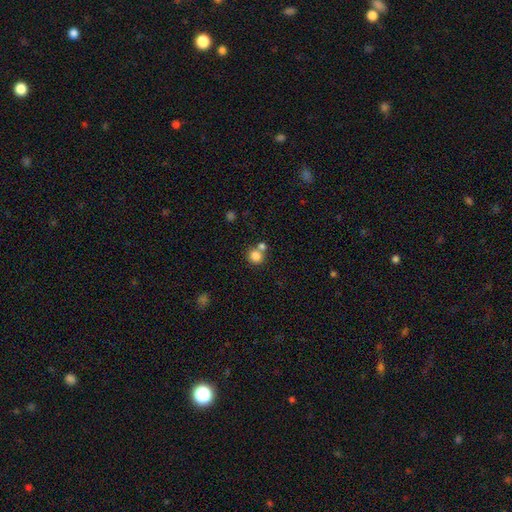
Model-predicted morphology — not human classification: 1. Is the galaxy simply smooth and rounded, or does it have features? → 82% smooth, 11% star or artifact, 7% featured or disk.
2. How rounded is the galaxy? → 85% round, 14% in between, 1% cigar-shaped.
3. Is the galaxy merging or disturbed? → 55% none, 34% merger, 8% minor disturbance, 3% major disturbance.